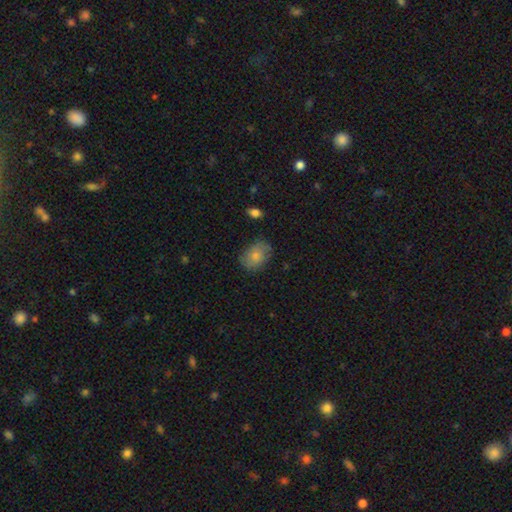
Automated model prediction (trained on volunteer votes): Smooth or featured? smooth (76%)
How rounded? in between (76%)
Merging? none (70%)